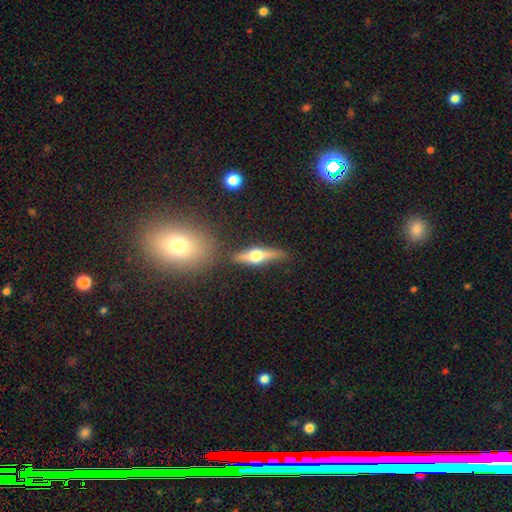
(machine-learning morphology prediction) smooth-or-featured: featured or disk: 66% | smooth: 28% | star or artifact: 6%
  disk-edge-on: yes: 94% | no: 6%
    edge-on-bulge: rounded: 96% | boxy: 3% | none: 2%
  merging: none: 81% | minor disturbance: 11% | merger: 5% | major disturbance: 3%